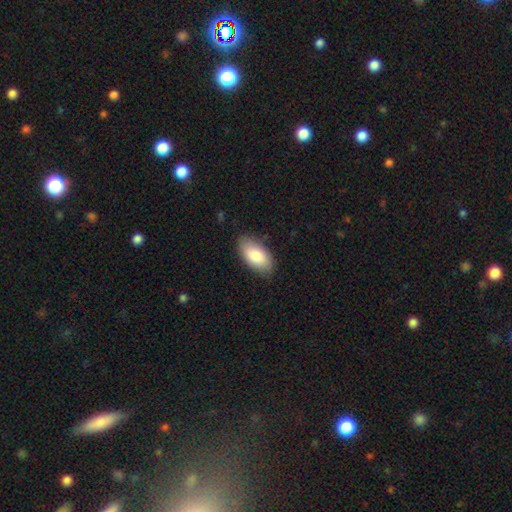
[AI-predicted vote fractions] This is clearly a smooth galaxy (83%). How rounded: clearly in between (95%). Merging: clearly none (85%).